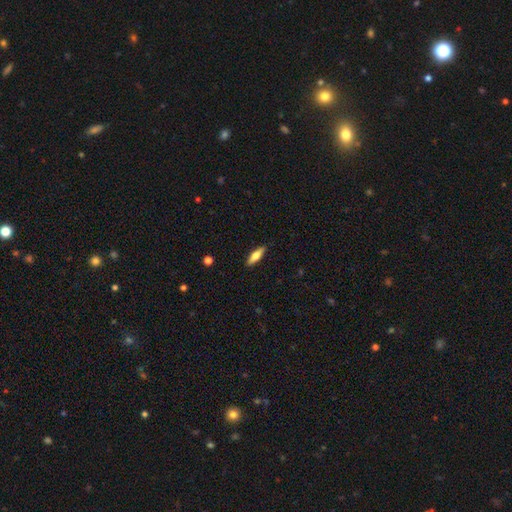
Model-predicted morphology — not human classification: Q: Smooth or featured?
A: smooth (62%); runner-up: featured or disk (32%)
Q: How rounded?
A: cigar-shaped (53%); runner-up: in between (45%)
Q: Merging?
A: none (89%); runner-up: minor disturbance (8%)